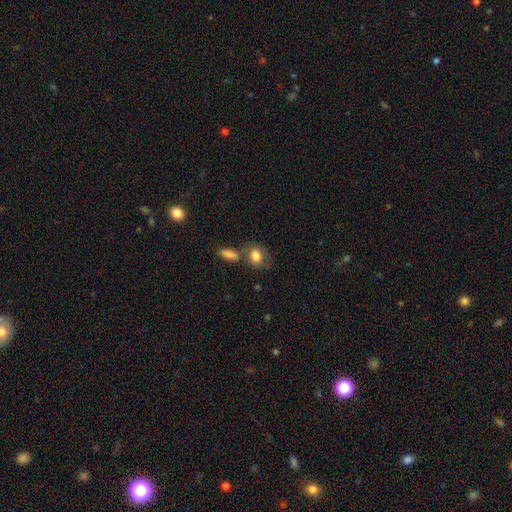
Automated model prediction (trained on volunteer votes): Smooth or featured? Predicted: smooth (p=0.81). How rounded? Predicted: in between (p=0.64). Merging? Predicted: none (p=0.52).